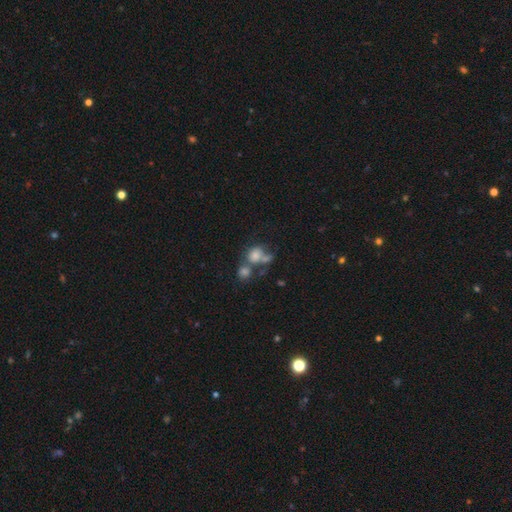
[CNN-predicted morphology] Smooth or featured?
  - smooth: 63% *
  - featured or disk: 21%
  - star or artifact: 17%
How rounded?
  - round: 65% *
  - in between: 33%
  - cigar-shaped: 2%
Merging?
  - merger: 46% *
  - none: 29%
  - major disturbance: 13%
  - minor disturbance: 11%